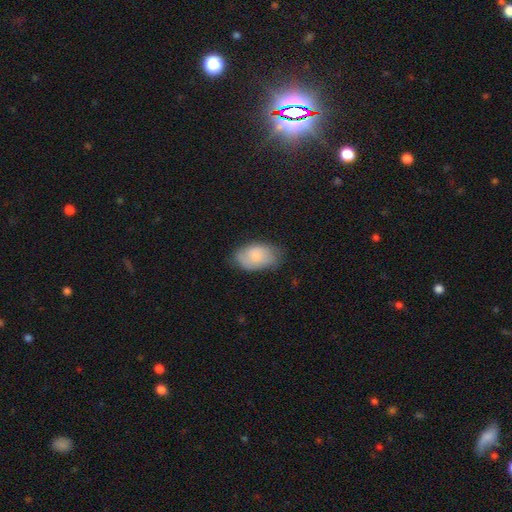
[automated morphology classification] A smooth galaxy with no disk features (77%) that is in between round and cigar-shaped (91%). Merging: none (66%).